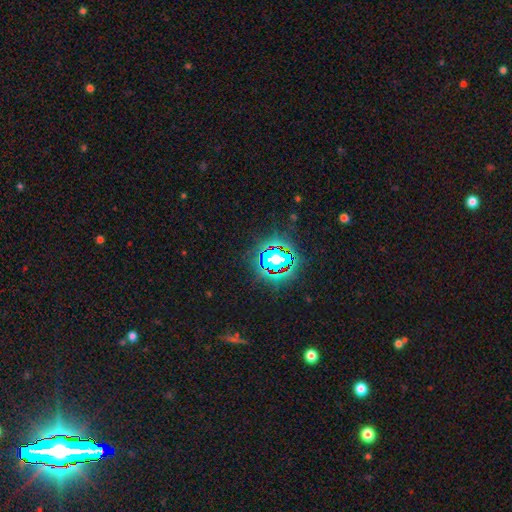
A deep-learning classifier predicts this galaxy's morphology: Smooth or featured? Predicted: star or artifact (p=0.83).